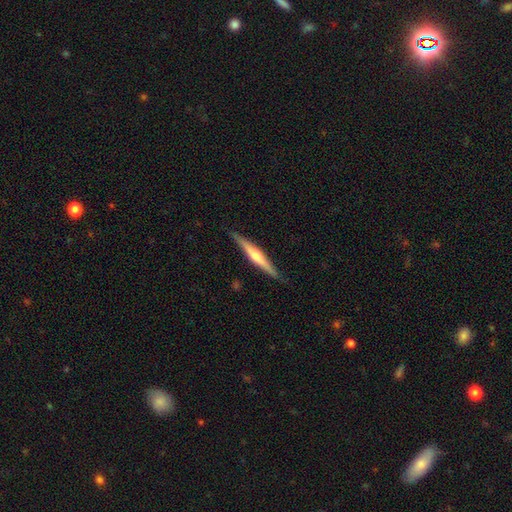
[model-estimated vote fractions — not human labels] A featured or disk galaxy (67%) viewed edge-on (98%) with a rounded central bulge (75%).

Vote fractions:
- Smooth or featured? featured or disk: 67% / smooth: 27% / star or artifact: 5%
- Edge-on disk? yes: 98% / no: 2%
- Edge-on bulge? rounded: 75% / none: 15% / boxy: 10%
- Merging? none: 89% / minor disturbance: 8% / major disturbance: 1% / merger: 1%